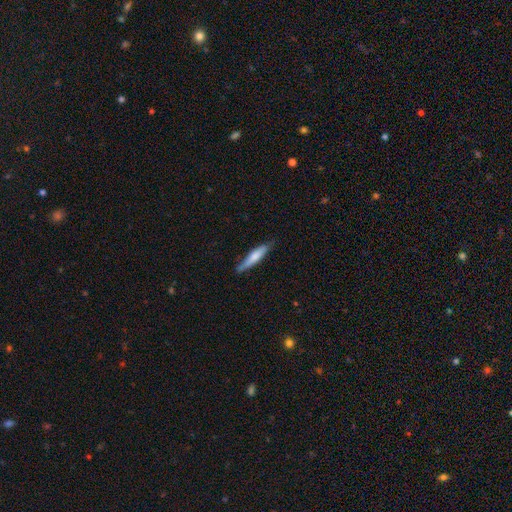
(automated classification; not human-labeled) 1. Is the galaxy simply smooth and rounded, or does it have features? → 58% smooth, 37% featured or disk, 6% star or artifact.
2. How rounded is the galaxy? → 87% cigar-shaped, 11% in between, 1% round.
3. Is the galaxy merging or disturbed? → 78% none, 18% minor disturbance, 3% major disturbance, 2% merger.